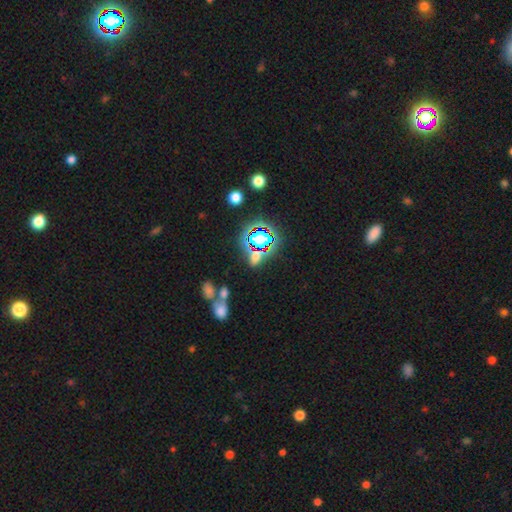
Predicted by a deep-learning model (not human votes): smooth_or_featured: star or artifact (p=0.51) [alt: smooth p=0.37]